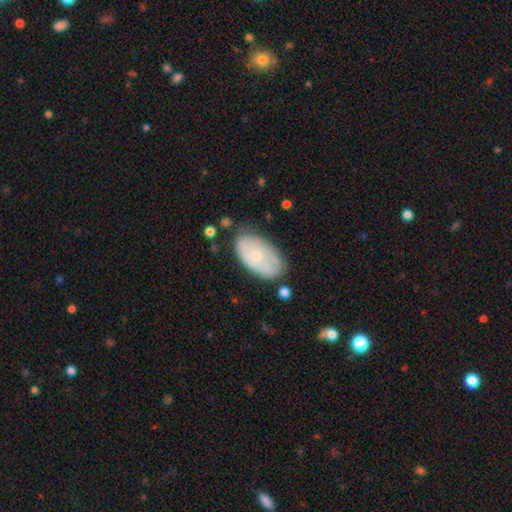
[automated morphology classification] This appears to be a smooth galaxy with no disk features (53%) that is in between round and cigar-shaped (94%). Merging: none (66%).